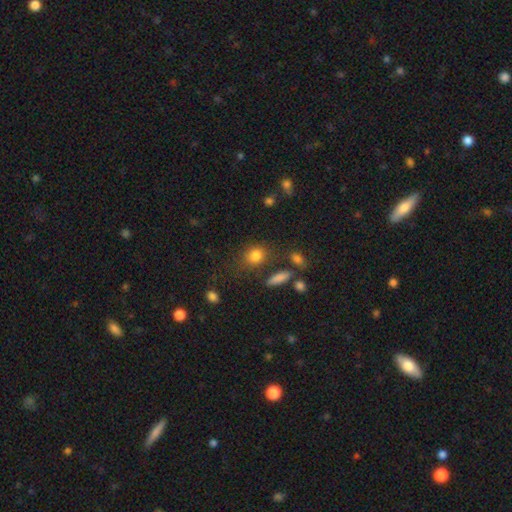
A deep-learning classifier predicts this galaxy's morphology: Q: Smooth or featured?
A: smooth (81%); runner-up: star or artifact (12%)
Q: How rounded?
A: round (59%); runner-up: in between (38%)
Q: Merging?
A: none (71%); runner-up: minor disturbance (14%)